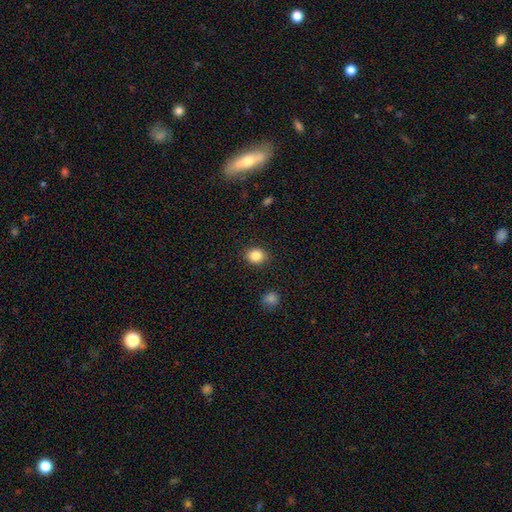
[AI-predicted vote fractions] Morphology: type=smooth (85%); roundness=round (63%); merging=none (89%).